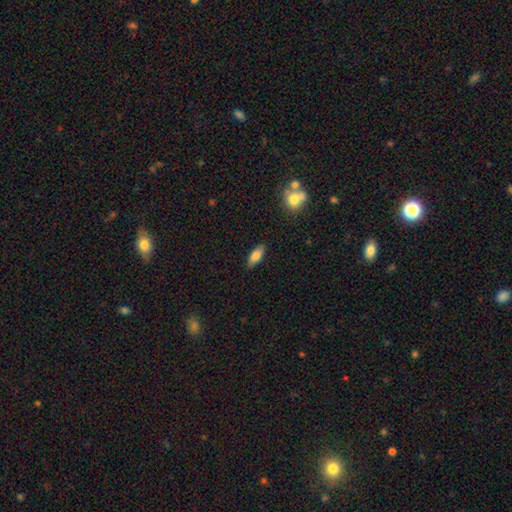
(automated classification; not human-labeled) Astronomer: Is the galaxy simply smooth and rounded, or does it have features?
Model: smooth — 80%.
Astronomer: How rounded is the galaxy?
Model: in between — 78%.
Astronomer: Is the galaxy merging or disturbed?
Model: none — 84%.